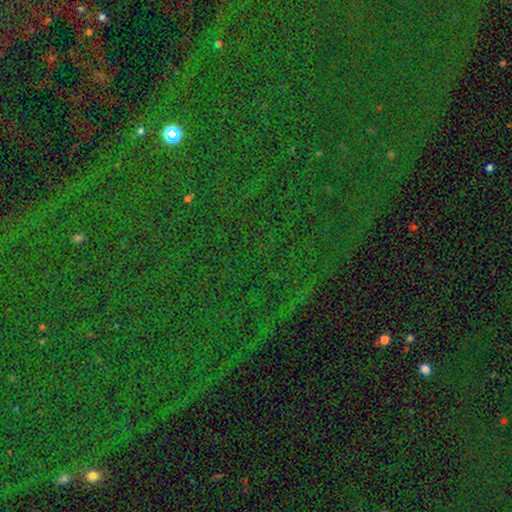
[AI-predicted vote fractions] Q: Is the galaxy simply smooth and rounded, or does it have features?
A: star or artifact — 84%.